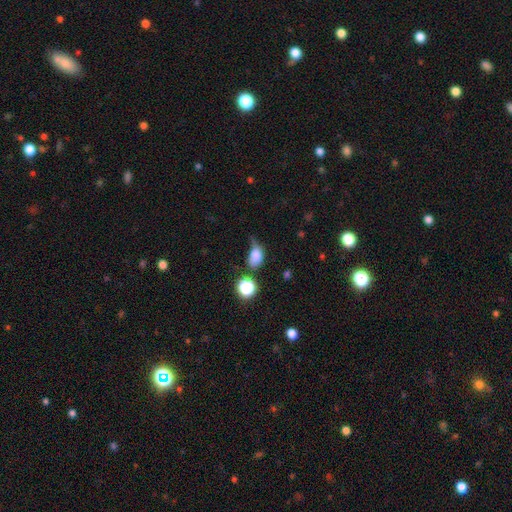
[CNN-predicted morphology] A smooth galaxy with no disk features (74%) that is in between round and cigar-shaped (71%). Merging: minor disturbance (36%).